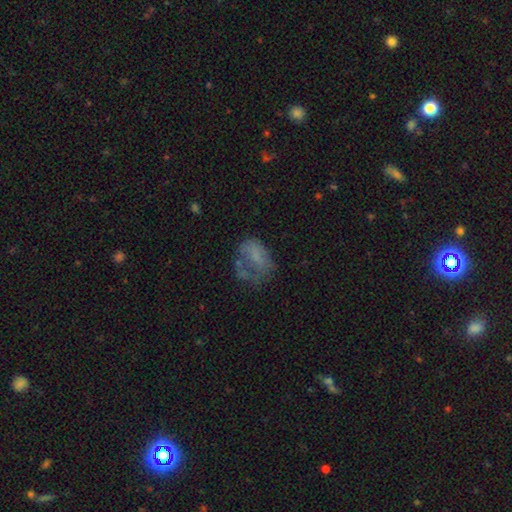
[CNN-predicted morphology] Q: Smooth or featured?
A: smooth (52%); runner-up: featured or disk (34%)
Q: How rounded?
A: in between (71%); runner-up: round (27%)
Q: Merging?
A: major disturbance (36%); runner-up: none (33%)